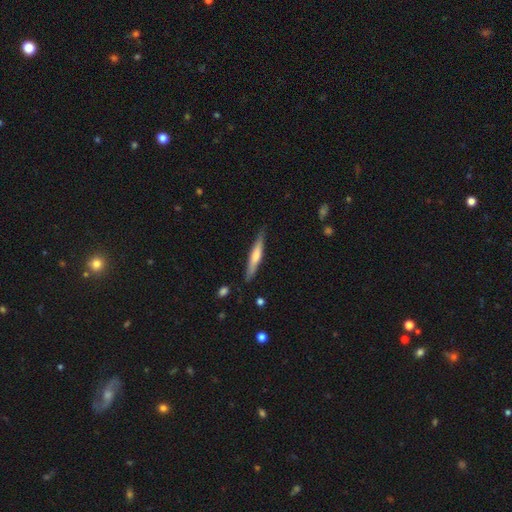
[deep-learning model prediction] Smooth or featured: featured or disk — 50% (smooth — 45%)
Merging: none — 86% (minor disturbance — 11%)